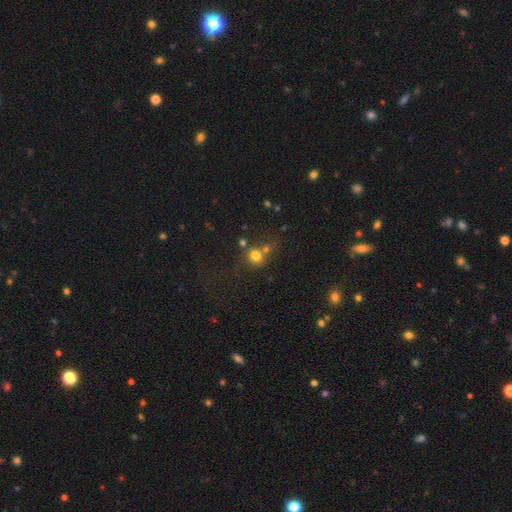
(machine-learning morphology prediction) smooth-or-featured: smooth: 74% | star or artifact: 17% | featured or disk: 10%
  how-rounded: round: 79% | in between: 20% | cigar-shaped: 1%
  merging: none: 52% | merger: 28% | minor disturbance: 12% | major disturbance: 8%